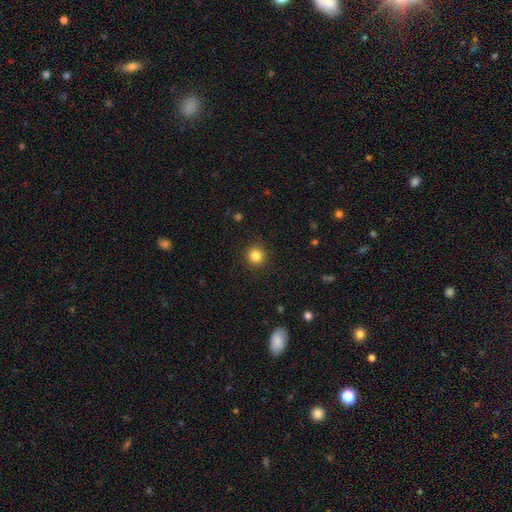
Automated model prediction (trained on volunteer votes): Smooth or featured? smooth (84%)
How rounded? round (94%)
Merging? none (92%)